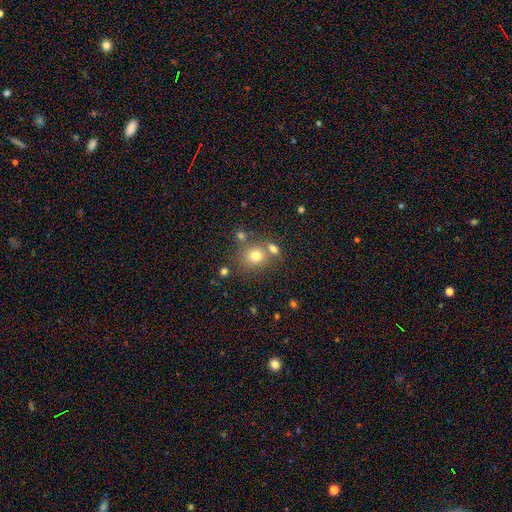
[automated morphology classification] smooth-or-featured: smooth: 73% | star or artifact: 15% | featured or disk: 12%
  how-rounded: round: 79% | in between: 20% | cigar-shaped: 1%
  merging: none: 60% | merger: 26% | minor disturbance: 10% | major disturbance: 4%